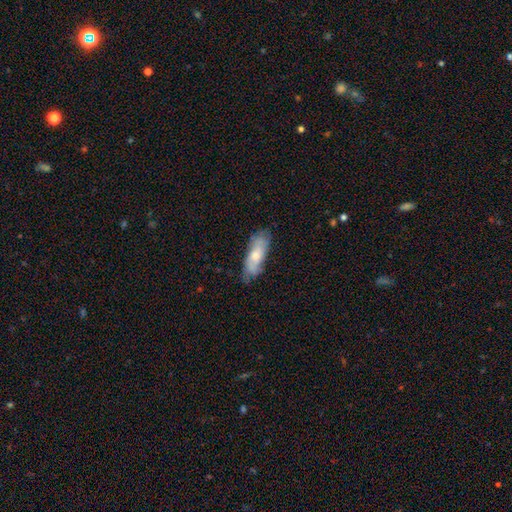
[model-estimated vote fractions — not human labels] The model was most divided on "smooth or featured": smooth: 61%, featured or disk: 32%, star or artifact: 6%. More confident: merging — none (68%); how rounded — in between (65%).